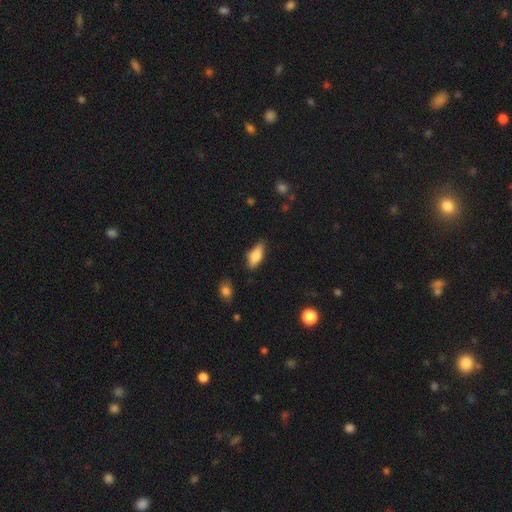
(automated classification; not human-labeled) This appears to be a smooth galaxy with no disk features (73%) that is in between round and cigar-shaped (78%). Merging: none (76%).